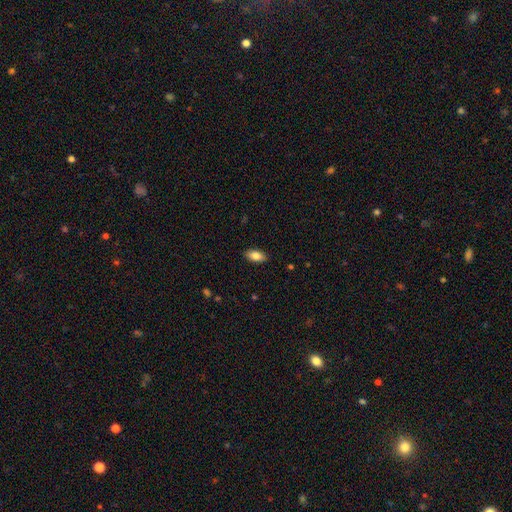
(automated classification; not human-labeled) Q: Smooth or featured?
A: smooth (85%); runner-up: featured or disk (8%)
Q: How rounded?
A: in between (92%); runner-up: cigar-shaped (5%)
Q: Merging?
A: none (89%); runner-up: minor disturbance (8%)